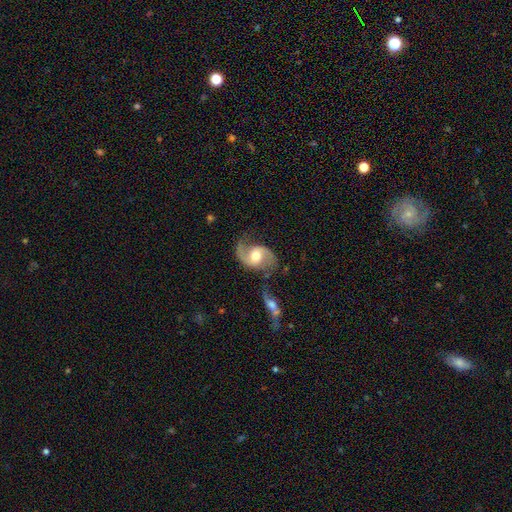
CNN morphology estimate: A featured or disk galaxy (87%) with a weak bar (44%), 2 (89%) medium (46%) spiral arms (96%) and a moderate central bulge (71%). Merging: none (62%).